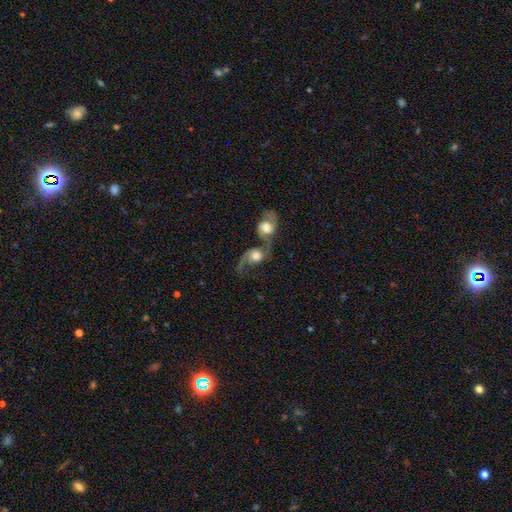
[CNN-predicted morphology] This appears to be a featured or disk galaxy (62%) with no bar (74%), 2 (62%) loose (60%) spiral arms (85%) and a large central bulge (46%). Merging: merger (72%).